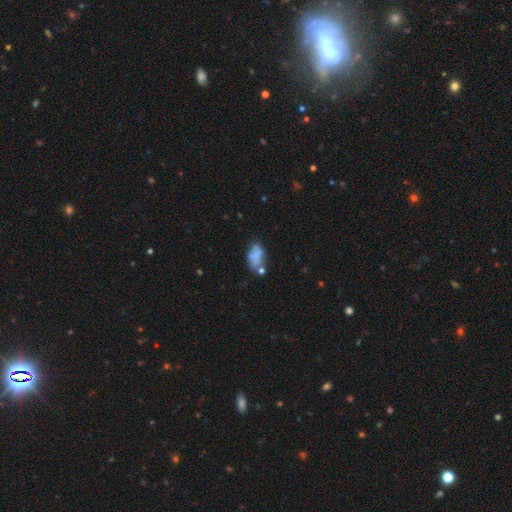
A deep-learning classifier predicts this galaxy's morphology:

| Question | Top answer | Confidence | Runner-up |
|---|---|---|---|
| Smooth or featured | smooth | 70% | featured or disk (20%) |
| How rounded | in between | 89% | cigar-shaped (7%) |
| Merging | none | 44% | minor disturbance (28%) |